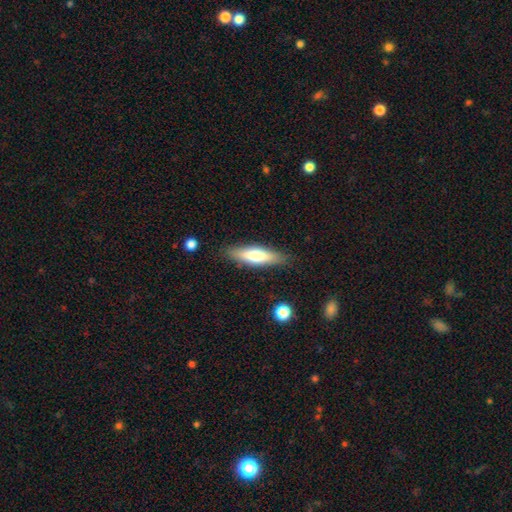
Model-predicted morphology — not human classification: Smooth or featured? Predicted: smooth (p=0.61). How rounded? Predicted: cigar-shaped (p=0.61). Merging? Predicted: none (p=0.84).